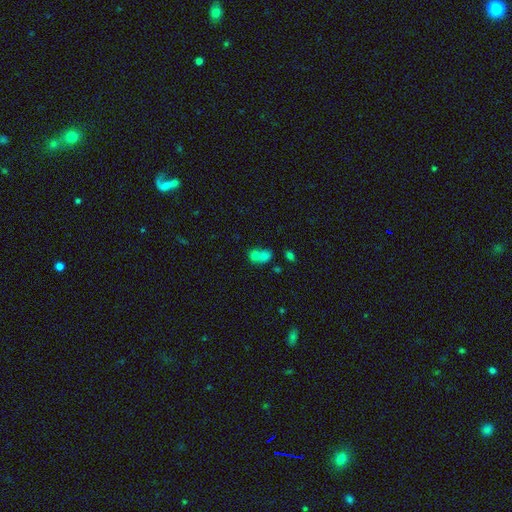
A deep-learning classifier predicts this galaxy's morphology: Q: Smooth or featured?
A: smooth (72%); runner-up: featured or disk (14%)
Q: How rounded?
A: round (59%); runner-up: in between (40%)
Q: Merging?
A: merger (64%); runner-up: none (25%)